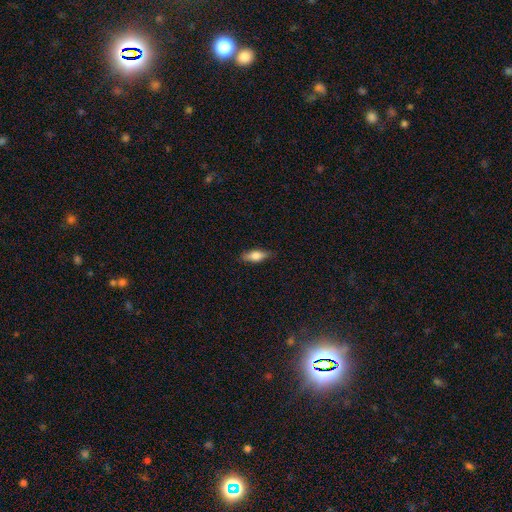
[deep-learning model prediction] This is likely a smooth galaxy (69%). How rounded: likely in between (60%). Merging: clearly none (85%).